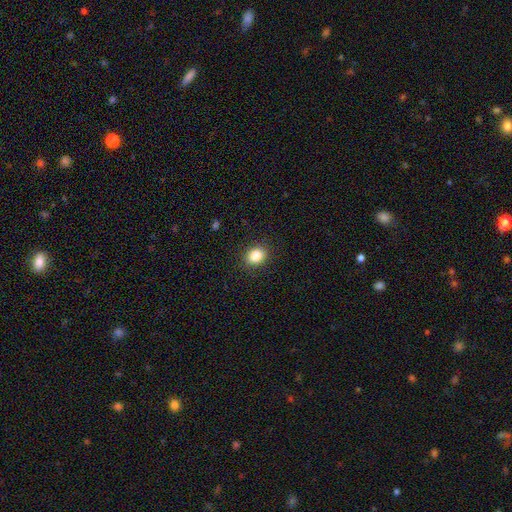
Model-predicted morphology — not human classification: smooth 84%, star or artifact 10%, featured or disk 5%. Down the decision tree: how rounded — round (58%); merging — none (89%).